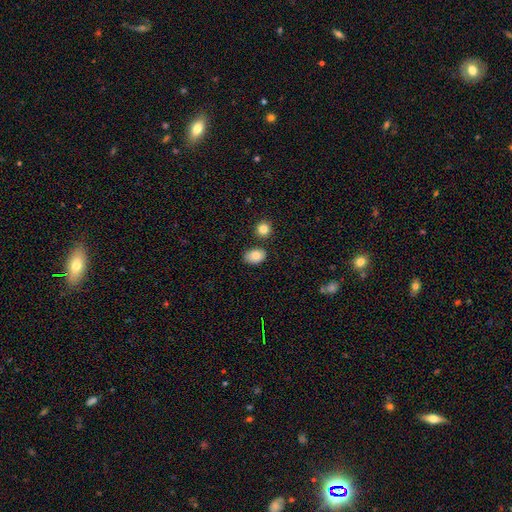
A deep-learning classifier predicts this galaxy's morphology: Smooth or featured? smooth (83%)
How rounded? in between (82%)
Merging? none (76%)